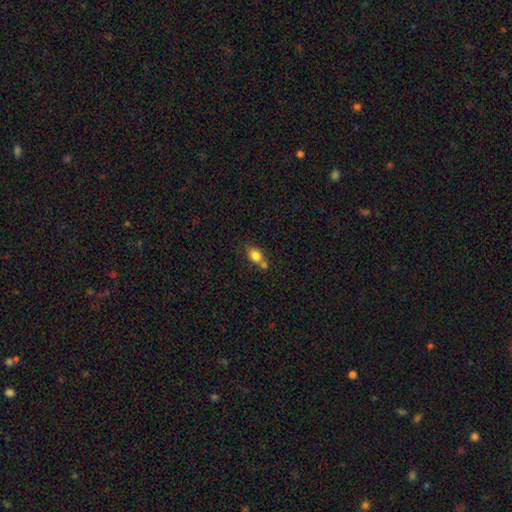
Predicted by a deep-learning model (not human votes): Smooth or featured: smooth — 80% (featured or disk — 10%)
How rounded: in between — 61% (round — 36%)
Merging: none — 46% (merger — 34%)